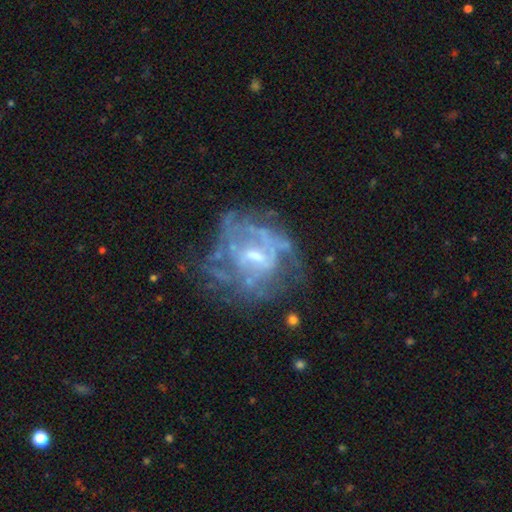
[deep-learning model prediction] Overall: featured or disk (77%). Edge-on disk: no (98%). Bar: no (45%; weak 44%). Spiral arms: no (51%; yes 49%). Bulge size: small (44%; moderate 40%). Merging: none (48%; major disturbance 27%).